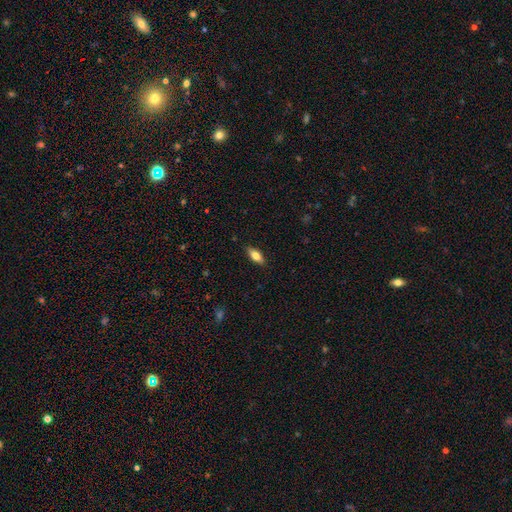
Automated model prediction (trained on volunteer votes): This appears to be a smooth galaxy with no disk features (74%) that is in between round and cigar-shaped (81%). Merging: none (88%).